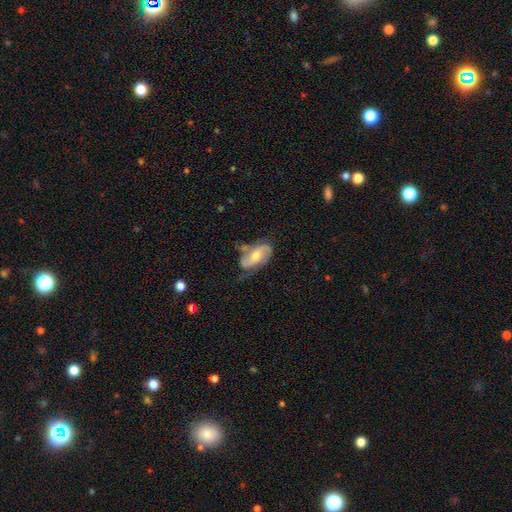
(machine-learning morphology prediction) A featured or disk galaxy (69%) with no bar (43%), 2 (82%) medium (41%) spiral arms (87%) and a moderate central bulge (67%).

Vote fractions:
- Smooth or featured? featured or disk: 69% / smooth: 24% / star or artifact: 6%
- Edge-on disk? no: 94% / yes: 6%
- Bar? no: 43% / weak: 39% / strong: 18%
- Spiral arms? yes: 87% / no: 13%
- Spiral winding? medium: 41% / loose: 38% / tight: 21%
- Spiral arm count? 2: 82% / can't tell: 10% / 1: 5% / 3: 2% / 4: 1% / more than 4: 1%
- Bulge size? moderate: 67% / small: 23% / large: 7% / none: 2% / dominant: 1%
- Merging? none: 52% / minor disturbance: 29% / major disturbance: 14% / merger: 5%